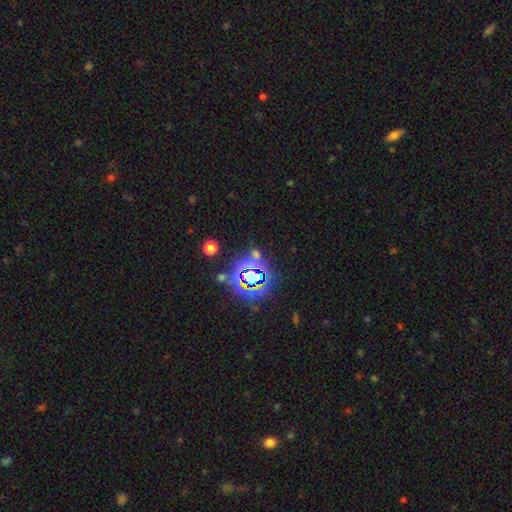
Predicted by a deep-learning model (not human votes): The model was most divided on "smooth or featured": star or artifact: 69%, smooth: 22%, featured or disk: 10%.